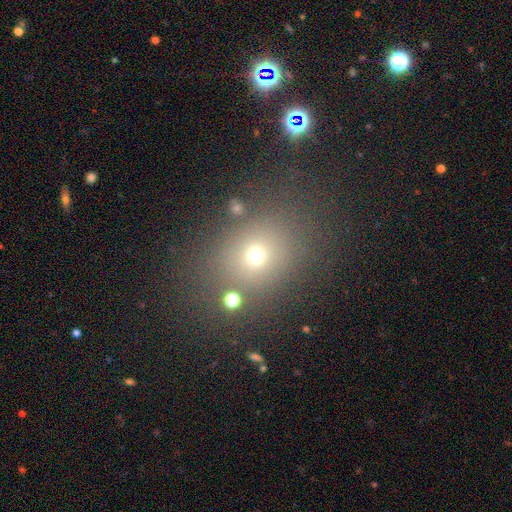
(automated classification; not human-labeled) A smooth galaxy with no disk features (67%) that is round (62%).

Vote fractions:
- Smooth or featured? smooth: 67% / star or artifact: 22% / featured or disk: 11%
- How rounded? round: 62% / in between: 37% / cigar-shaped: 1%
- Merging? none: 76% / minor disturbance: 11% / major disturbance: 7% / merger: 6%